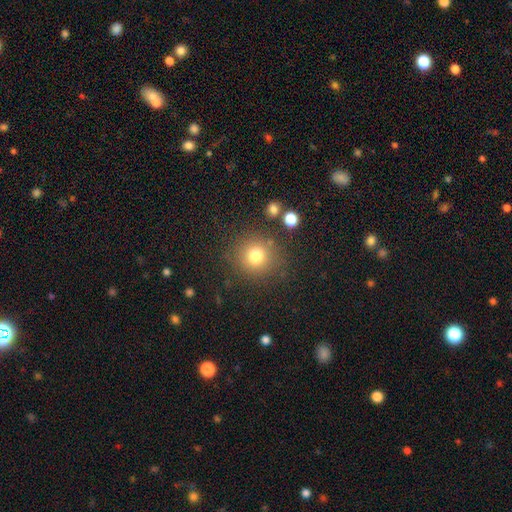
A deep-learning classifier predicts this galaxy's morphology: Smooth or featured? Predicted: smooth (p=0.77). How rounded? Predicted: round (p=0.90). Merging? Predicted: none (p=0.83).